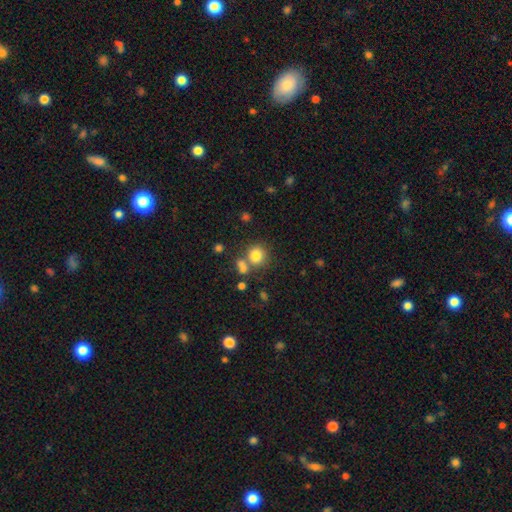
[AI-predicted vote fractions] Morphology: type=smooth (80%); roundness=round (87%); merging=none (63%).